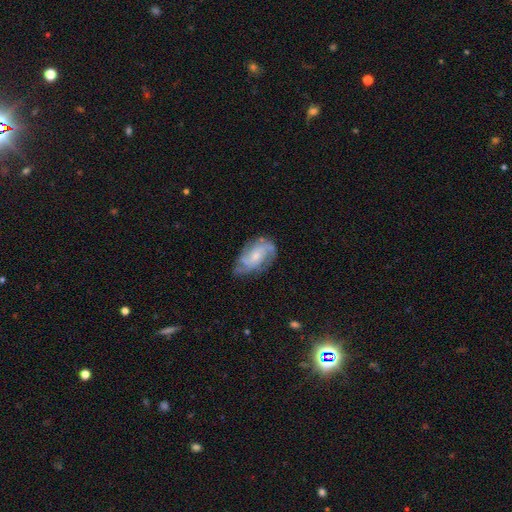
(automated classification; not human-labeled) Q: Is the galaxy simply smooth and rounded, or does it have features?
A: featured or disk — 75%.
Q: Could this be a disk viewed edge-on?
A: no — 96%.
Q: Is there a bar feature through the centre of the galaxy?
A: no — 63%.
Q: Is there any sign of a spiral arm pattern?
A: yes — 92%.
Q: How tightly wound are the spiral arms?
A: medium — 44%.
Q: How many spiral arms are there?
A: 2 — 31%.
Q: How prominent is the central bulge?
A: small — 54%.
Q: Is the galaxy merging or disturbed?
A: none — 67%.